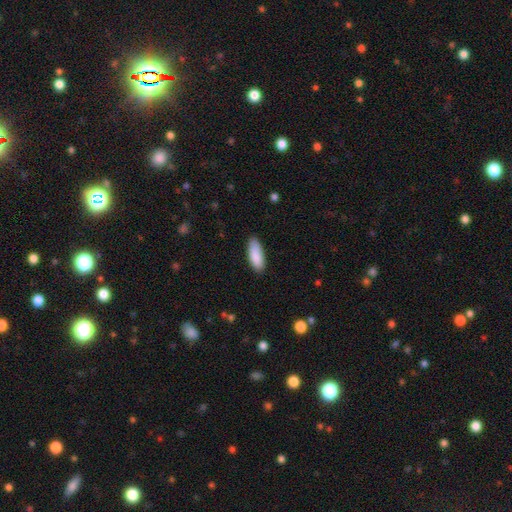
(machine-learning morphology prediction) Overall: smooth (89%). How rounded: in between (73%). Merging: none (85%).